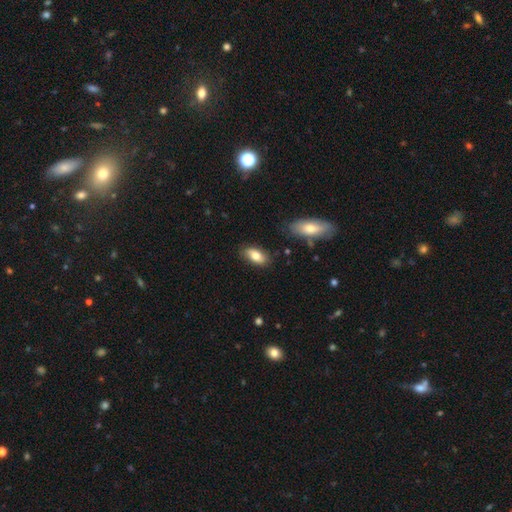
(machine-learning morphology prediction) smooth-or-featured: smooth: 79% | featured or disk: 14% | star or artifact: 7%
  how-rounded: in between: 90% | cigar-shaped: 7% | round: 3%
  merging: none: 82% | minor disturbance: 13% | major disturbance: 3% | merger: 2%